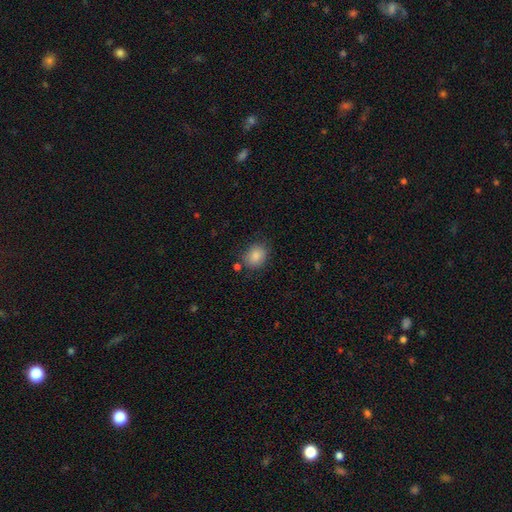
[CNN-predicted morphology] type=smooth (86%); roundness=in between (51%); merging=none (77%).